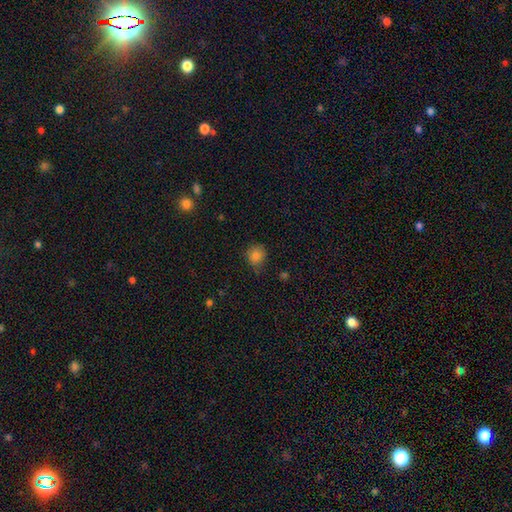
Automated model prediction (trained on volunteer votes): Smooth or featured: smooth — 82% (star or artifact — 12%)
How rounded: round — 85% (in between — 14%)
Merging: none — 74% (minor disturbance — 21%)